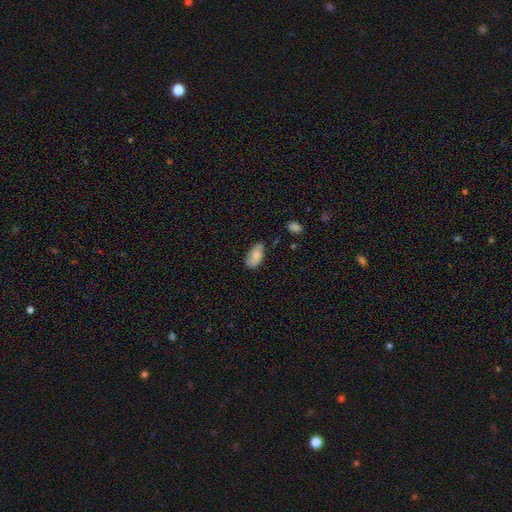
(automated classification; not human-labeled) smooth 76%, featured or disk 17%, star or artifact 7%. Down the decision tree: how rounded — in between (93%); merging — none (64%).